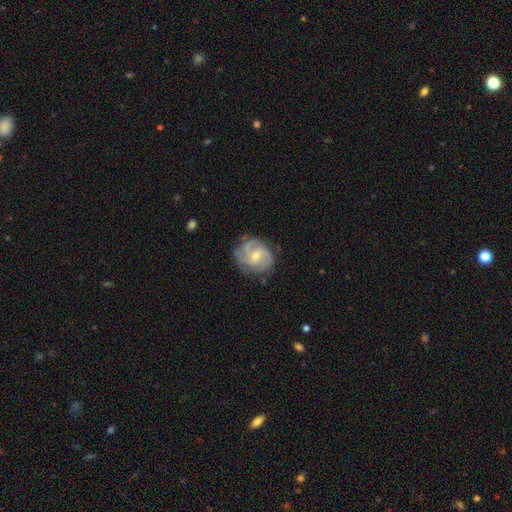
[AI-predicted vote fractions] Morphology: type=featured or disk (83%); edge-on=no (98%); bar=no (47%); spiral arms=yes (96%); winding=tight (48%); arm count=3 (35%); bulge=small (50%); merging=none (75%).